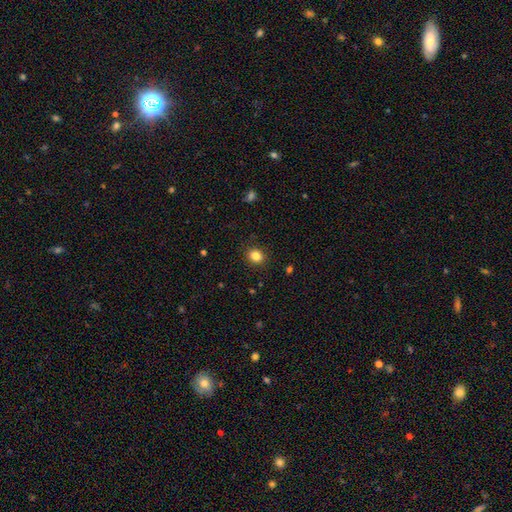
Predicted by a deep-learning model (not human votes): smooth 84%, star or artifact 11%, featured or disk 5%. Down the decision tree: how rounded — round (71%); merging — none (90%).